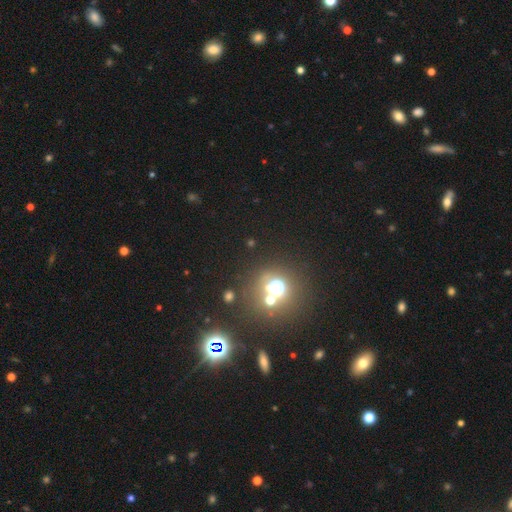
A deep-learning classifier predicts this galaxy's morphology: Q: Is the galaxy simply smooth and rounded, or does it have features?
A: star or artifact — 59%.